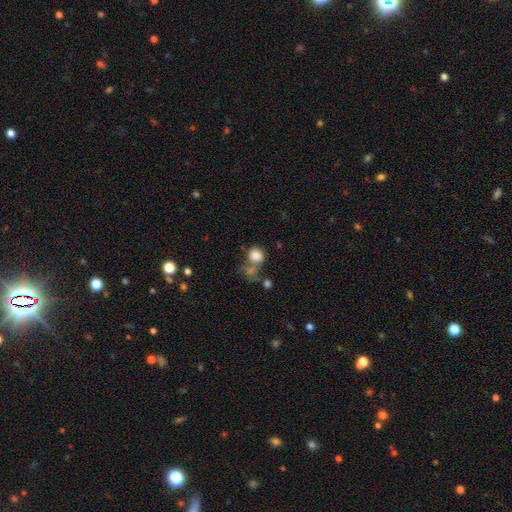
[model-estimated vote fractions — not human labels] Q: Smooth or featured?
A: smooth (83%); runner-up: star or artifact (10%)
Q: How rounded?
A: round (81%); runner-up: in between (18%)
Q: Merging?
A: none (45%); runner-up: merger (33%)